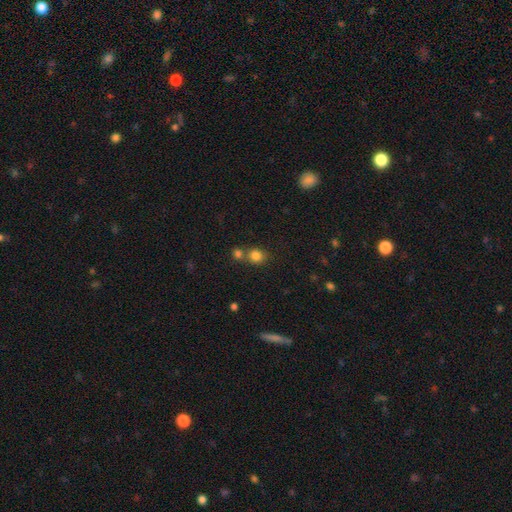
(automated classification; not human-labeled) Smooth or featured? smooth (82%)
How rounded? round (77%)
Merging? none (57%)